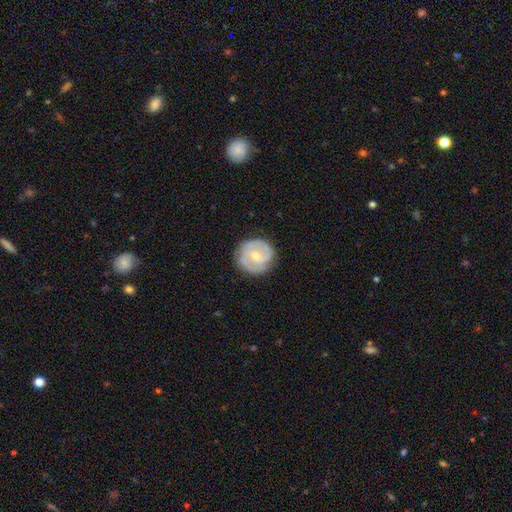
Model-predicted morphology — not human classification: Smooth or featured: featured or disk — 77% (smooth — 18%)
Edge-on disk: no — 98% (yes — 2%)
Bar: no — 52% (weak — 40%)
Spiral arms: yes — 93% (no — 7%)
Spiral winding: tight — 47% (medium — 42%)
Spiral arm count: 2 — 62% (3 — 15%)
Bulge size: small — 55% (moderate — 41%)
Merging: none — 80% (minor disturbance — 14%)